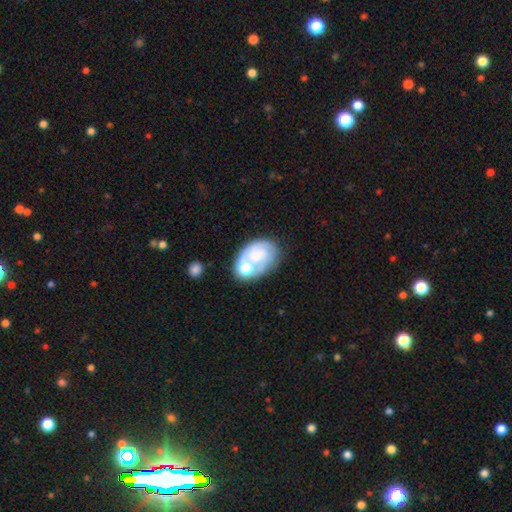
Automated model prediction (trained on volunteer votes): Morphology: type=featured or disk (47%); merging=none (36%).